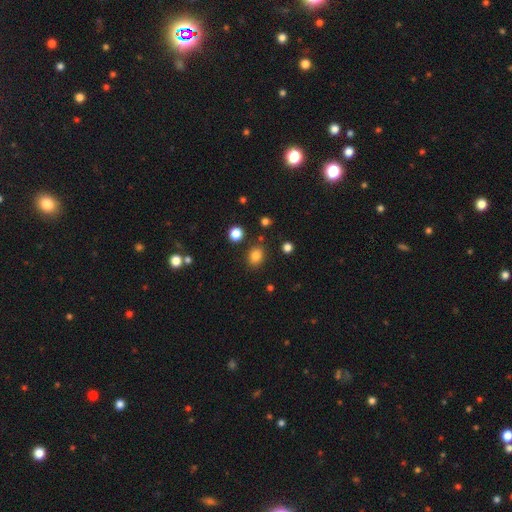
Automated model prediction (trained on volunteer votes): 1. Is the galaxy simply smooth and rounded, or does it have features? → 82% smooth, 13% star or artifact, 5% featured or disk.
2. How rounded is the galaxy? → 51% round, 48% in between, 1% cigar-shaped.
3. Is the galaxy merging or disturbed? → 84% none, 9% minor disturbance, 4% merger, 3% major disturbance.